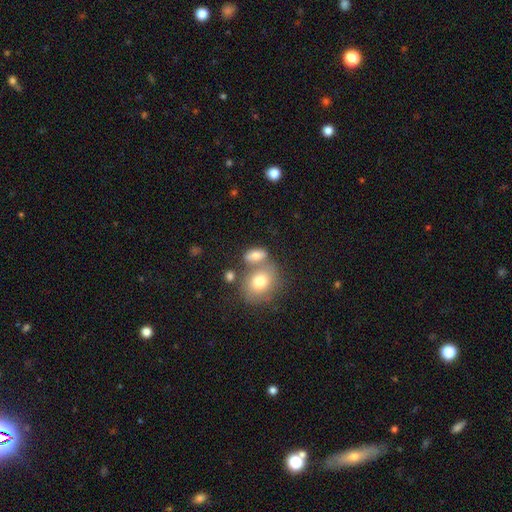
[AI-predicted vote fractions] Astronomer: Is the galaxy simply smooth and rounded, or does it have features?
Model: smooth — 75%.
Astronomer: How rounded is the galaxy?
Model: in between — 79%.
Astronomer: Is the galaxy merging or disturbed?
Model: none — 46% (runner-up: merger, 36%).